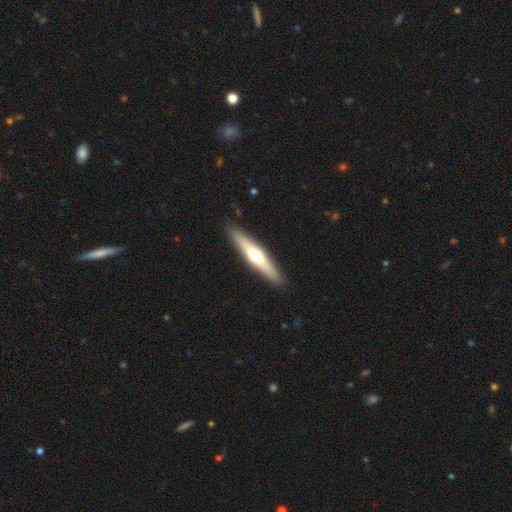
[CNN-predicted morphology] A featured or disk galaxy (53%) viewed edge-on (93%).

Vote fractions:
- Smooth or featured? featured or disk: 53% / smooth: 42% / star or artifact: 5%
- Edge-on disk? yes: 93% / no: 7%
- Merging? none: 91% / minor disturbance: 7% / major disturbance: 2% / merger: 1%